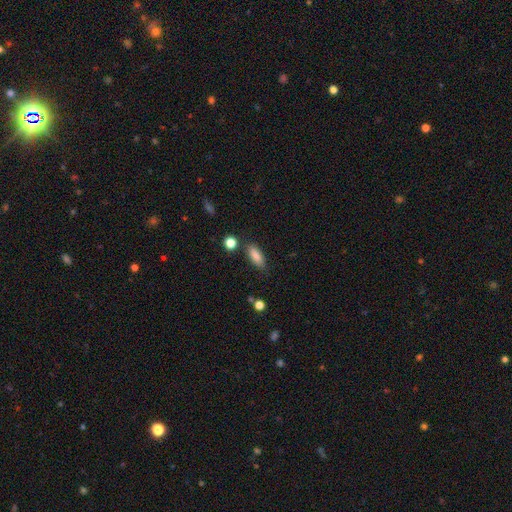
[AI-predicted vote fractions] The model was most divided on "how rounded": in between: 75%, cigar-shaped: 23%, round: 3%. More confident: smooth or featured — smooth (86%); merging — none (79%).